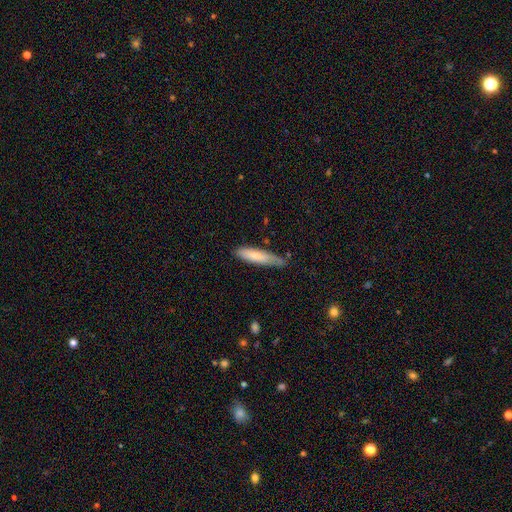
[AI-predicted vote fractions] Smooth or featured? Predicted: smooth (p=0.73). How rounded? Predicted: cigar-shaped (p=0.76). Merging? Predicted: none (p=0.60).